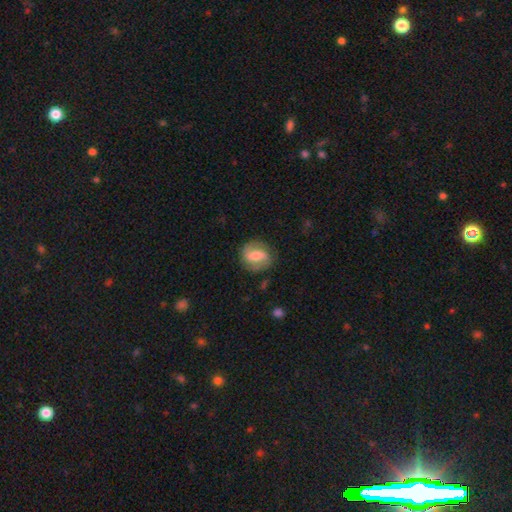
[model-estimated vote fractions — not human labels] Smooth or featured: featured or disk — 56% (smooth — 37%)
Edge-on disk: no — 95% (yes — 5%)
Bar: weak — 41% (strong — 36%)
Spiral arms: yes — 78% (no — 22%)
Bulge size: moderate — 62% (small — 26%)
Merging: none — 81% (minor disturbance — 13%)